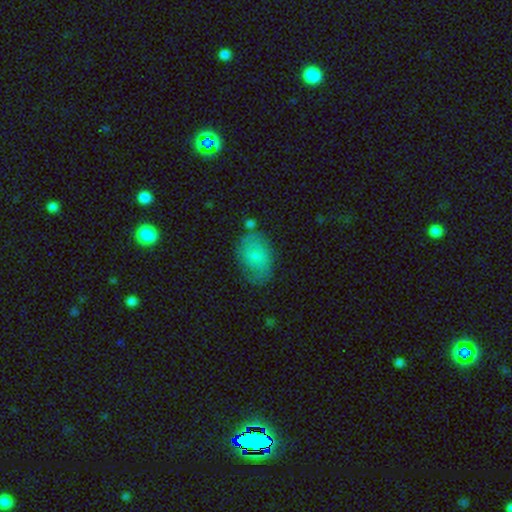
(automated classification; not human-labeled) smooth 73%, featured or disk 19%, star or artifact 8%. Down the decision tree: how rounded — in between (85%); merging — none (60%).